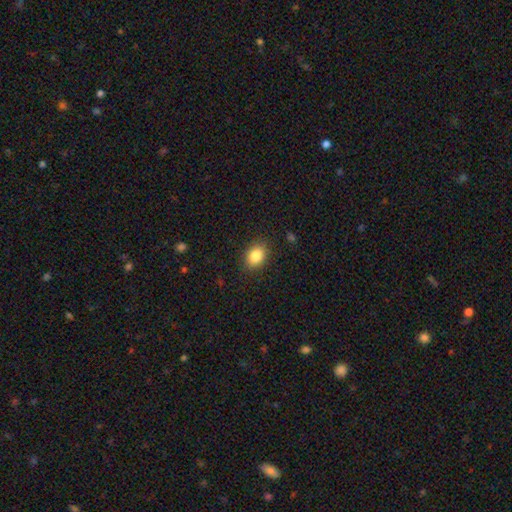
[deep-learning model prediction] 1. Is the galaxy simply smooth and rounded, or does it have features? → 85% smooth, 9% star or artifact, 6% featured or disk.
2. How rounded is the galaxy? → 68% in between, 30% round, 1% cigar-shaped.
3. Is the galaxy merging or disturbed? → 87% none, 10% minor disturbance, 3% major disturbance, 1% merger.